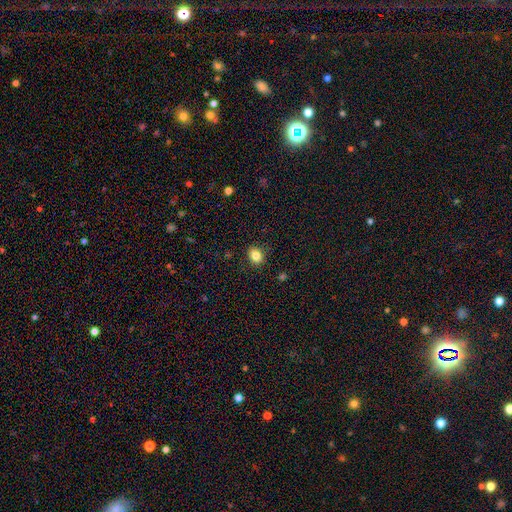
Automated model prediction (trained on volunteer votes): Smooth or featured?
  - smooth: 83% *
  - star or artifact: 11%
  - featured or disk: 6%
How rounded?
  - round: 55% *
  - in between: 44%
  - cigar-shaped: 1%
Merging?
  - none: 88% *
  - minor disturbance: 9%
  - major disturbance: 2%
  - merger: 1%